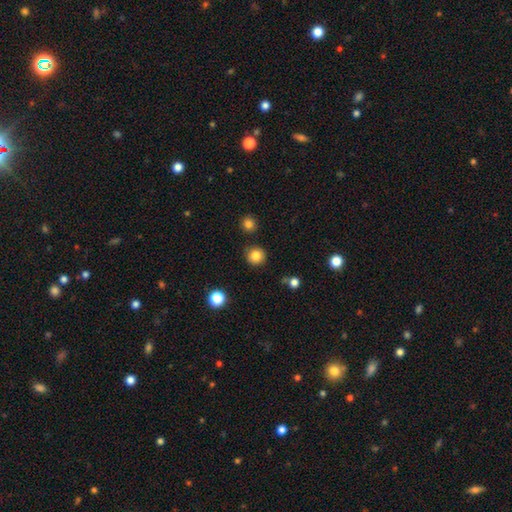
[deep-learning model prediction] This is clearly a smooth galaxy (83%). How rounded: clearly round (94%). Merging: clearly none (90%).